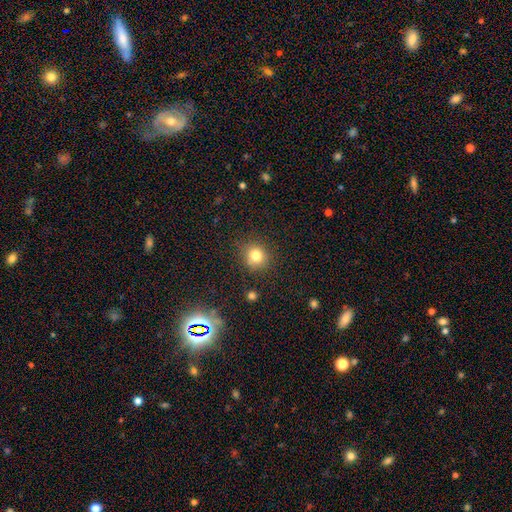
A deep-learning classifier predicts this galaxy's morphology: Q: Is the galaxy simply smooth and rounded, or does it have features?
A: smooth — 80%.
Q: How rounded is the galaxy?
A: round — 88%.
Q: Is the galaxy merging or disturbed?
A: none — 85%.